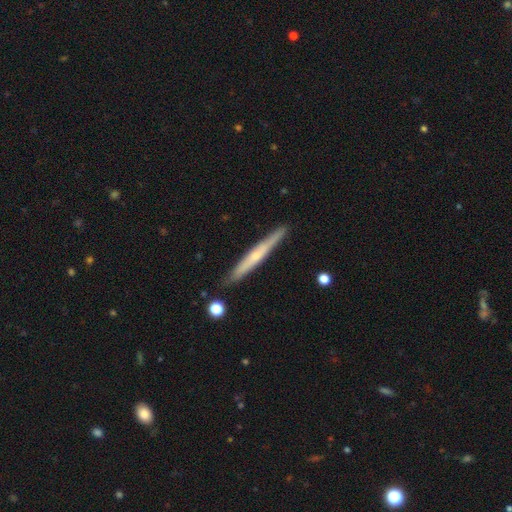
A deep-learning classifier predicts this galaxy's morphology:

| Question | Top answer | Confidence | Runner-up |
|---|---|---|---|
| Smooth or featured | featured or disk | 57% | smooth (37%) |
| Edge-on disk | yes | 95% | no (5%) |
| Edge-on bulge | rounded | 51% | none (44%) |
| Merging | none | 88% | minor disturbance (8%) |